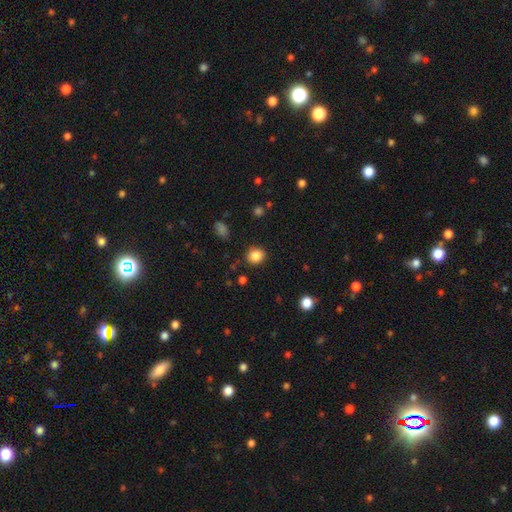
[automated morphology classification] smooth 85%, star or artifact 10%, featured or disk 4%. Down the decision tree: how rounded — round (83%); merging — none (87%).